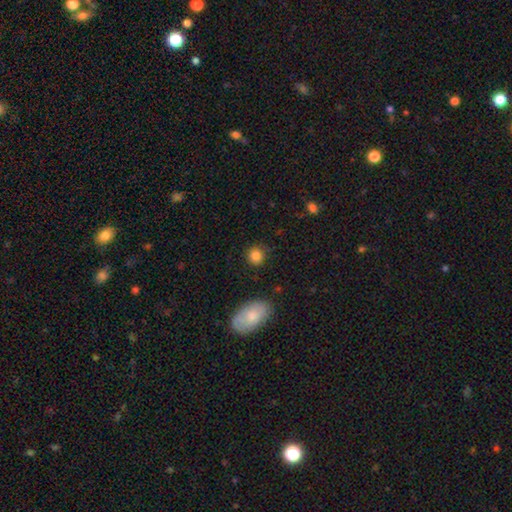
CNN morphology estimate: A smooth galaxy with no disk features (84%) that is round (87%). Merging: none (86%).